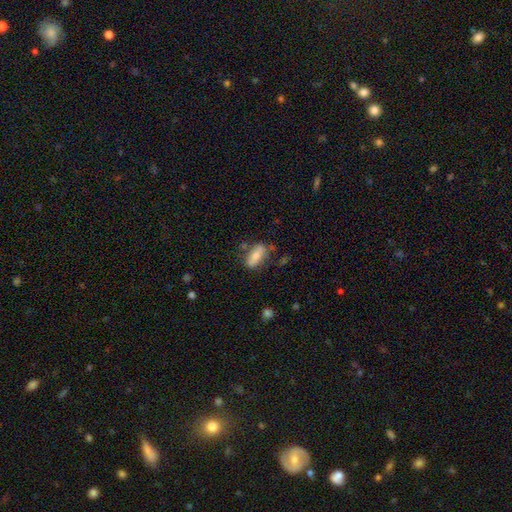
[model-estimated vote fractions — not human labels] A smooth galaxy with no disk features (69%) that is in between round and cigar-shaped (70%). Merging: none (69%).